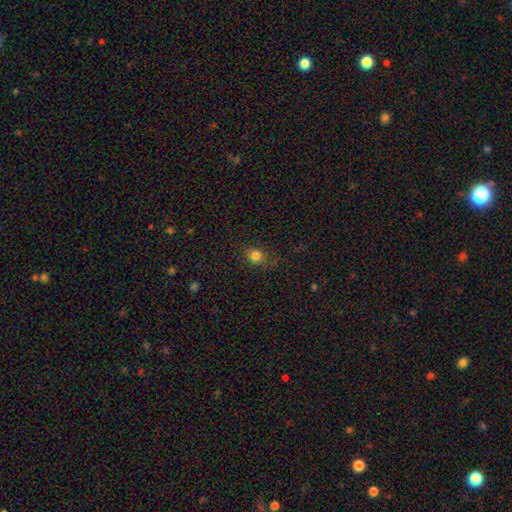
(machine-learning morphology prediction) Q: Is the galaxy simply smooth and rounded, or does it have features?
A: smooth — 81%.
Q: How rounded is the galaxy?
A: round — 72%.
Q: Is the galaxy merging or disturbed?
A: none — 79%.